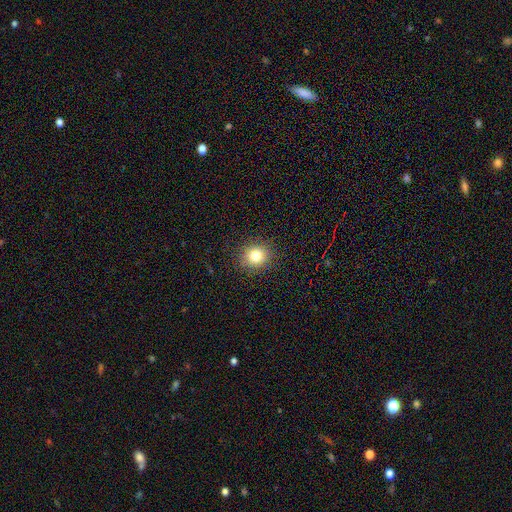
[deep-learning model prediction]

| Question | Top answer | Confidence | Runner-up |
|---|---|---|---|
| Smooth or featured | smooth | 80% | star or artifact (13%) |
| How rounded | round | 82% | in between (17%) |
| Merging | none | 89% | minor disturbance (7%) |